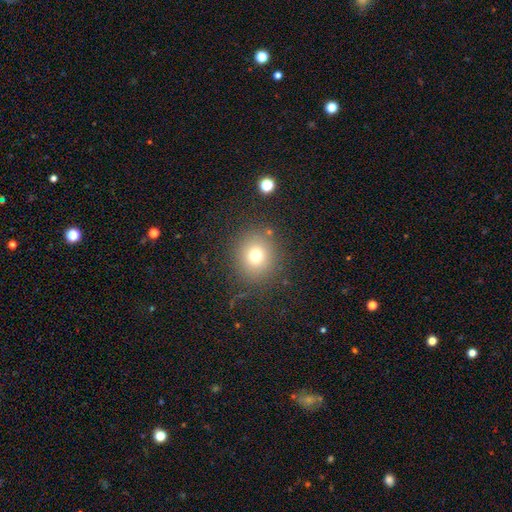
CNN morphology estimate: smooth 73%, star or artifact 16%, featured or disk 11%. Down the decision tree: how rounded — round (85%); merging — none (85%).